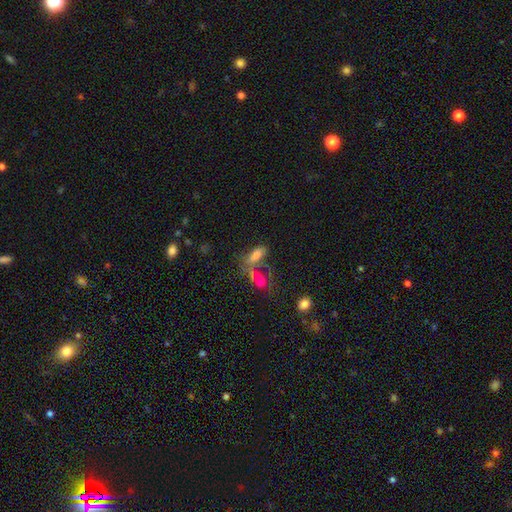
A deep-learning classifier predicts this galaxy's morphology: smooth-or-featured: smooth: 67% | featured or disk: 17% | star or artifact: 16%
  how-rounded: in between: 73% | cigar-shaped: 23% | round: 4%
  merging: merger: 43% | none: 33% | major disturbance: 13% | minor disturbance: 12%